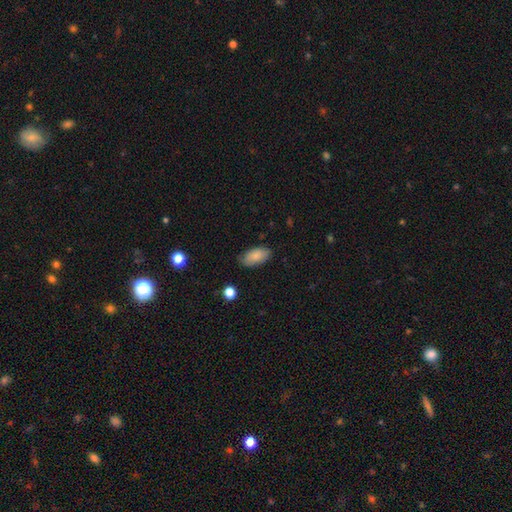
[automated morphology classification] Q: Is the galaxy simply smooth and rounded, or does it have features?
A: smooth — 85%.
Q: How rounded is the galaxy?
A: in between — 93%.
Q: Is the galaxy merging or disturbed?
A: none — 82%.